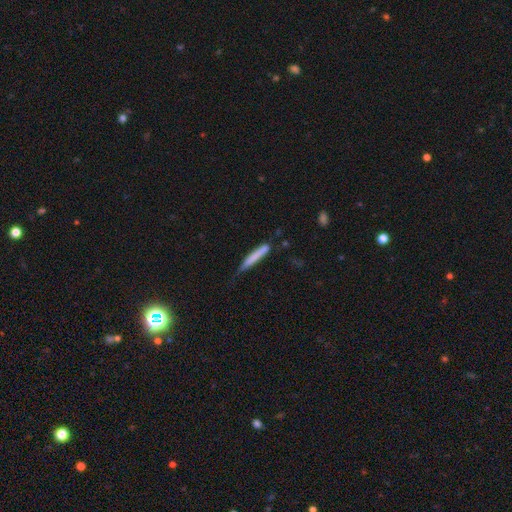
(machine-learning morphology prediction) Overall: smooth (72%). How rounded: cigar-shaped (95%). Merging: none (60%; minor disturbance 29%).